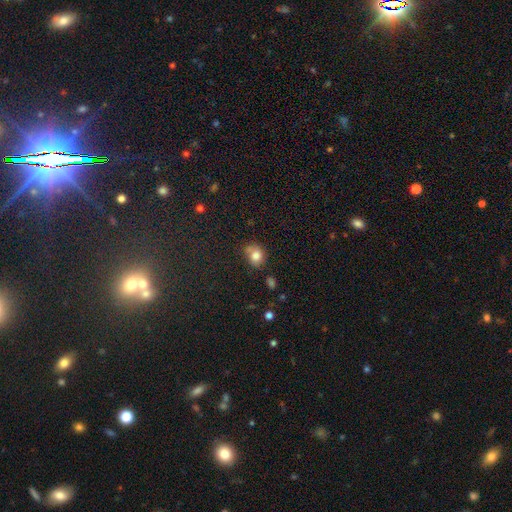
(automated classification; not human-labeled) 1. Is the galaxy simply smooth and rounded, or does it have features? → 81% smooth, 10% star or artifact, 9% featured or disk.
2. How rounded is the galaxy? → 55% round, 44% in between, 1% cigar-shaped.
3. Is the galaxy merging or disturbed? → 57% none, 26% minor disturbance, 9% merger, 7% major disturbance.